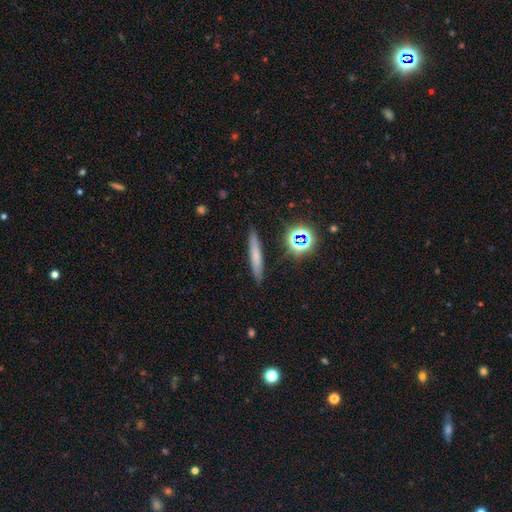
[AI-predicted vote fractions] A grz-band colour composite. It shows a smooth galaxy with no disk features (64%) that is cigar-shaped (90%). Merging: none (87%).